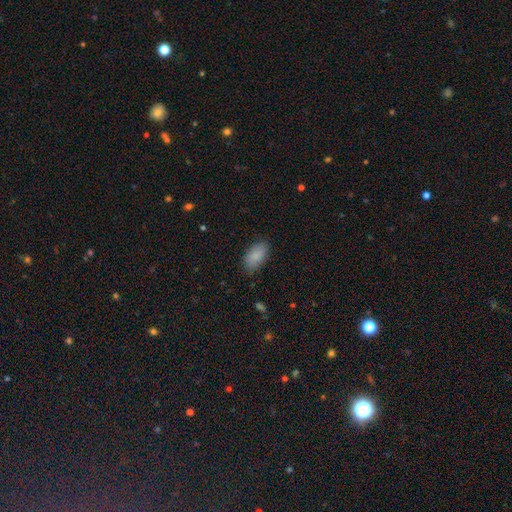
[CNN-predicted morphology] Q: Smooth or featured?
A: smooth (88%); runner-up: star or artifact (7%)
Q: How rounded?
A: in between (94%); runner-up: cigar-shaped (4%)
Q: Merging?
A: none (83%); runner-up: minor disturbance (13%)